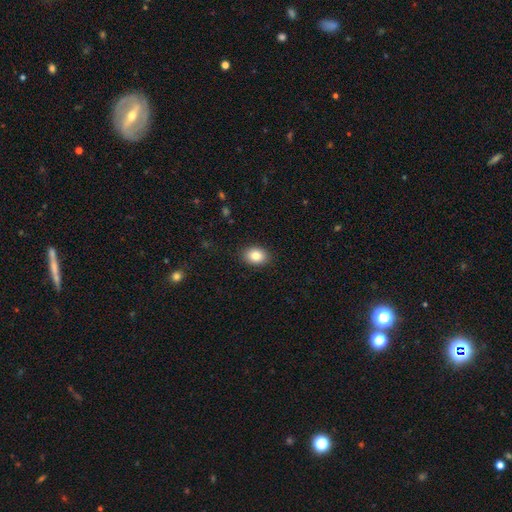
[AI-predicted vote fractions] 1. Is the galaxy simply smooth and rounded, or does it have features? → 86% smooth, 8% star or artifact, 6% featured or disk.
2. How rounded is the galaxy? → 72% in between, 27% round, 1% cigar-shaped.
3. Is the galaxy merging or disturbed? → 89% none, 8% minor disturbance, 2% major disturbance, 1% merger.